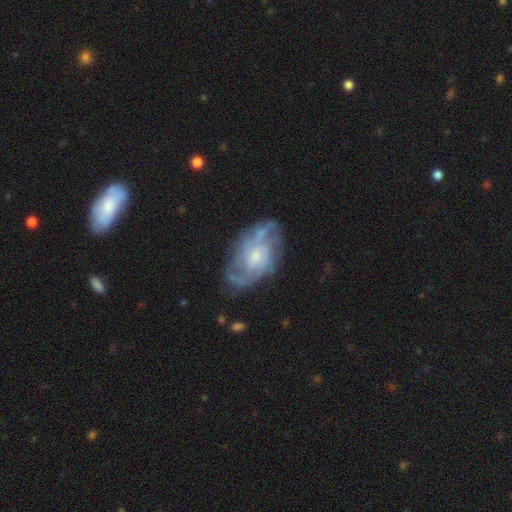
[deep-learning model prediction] Overall: featured or disk (81%). Edge-on disk: no (96%). Bar: no (61%; weak 34%). Spiral arms: yes (91%). Spiral arm count: 2 (38%; can't tell 32%). Spiral winding: medium (44%; tight 39%). Bulge size: small (56%; moderate 33%). Merging: none (68%).